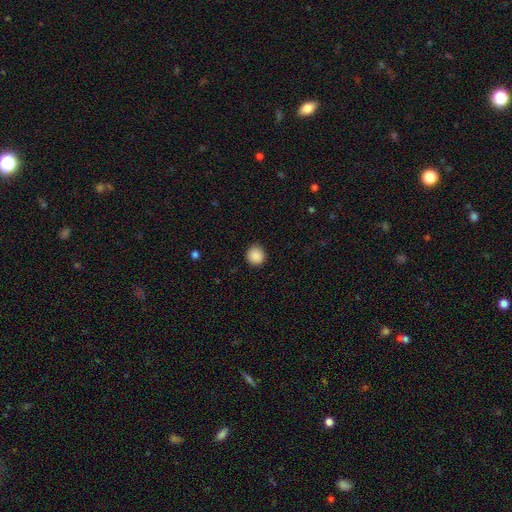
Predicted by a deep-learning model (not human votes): The model was most divided on "smooth or featured": smooth: 89%, star or artifact: 9%, featured or disk: 2%. More confident: how rounded — round (91%); merging — none (90%).